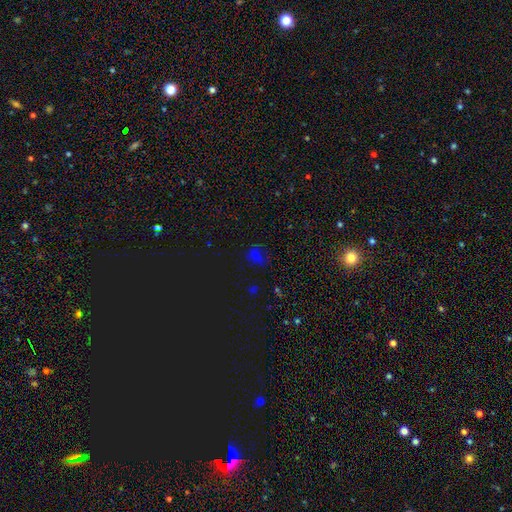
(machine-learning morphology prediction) Smooth or featured? Predicted: star or artifact (p=0.51).